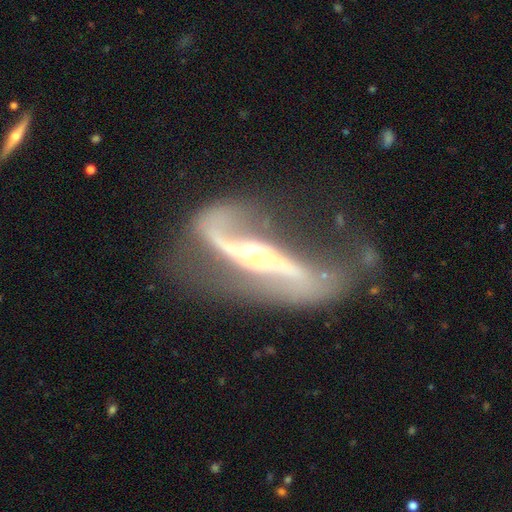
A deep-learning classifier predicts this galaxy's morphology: This appears to be a featured or disk galaxy (89%) with a strong bar (48%), 2 (89%) loose (70%) spiral arms (95%) and a moderate central bulge (51%). Merging: none (53%).